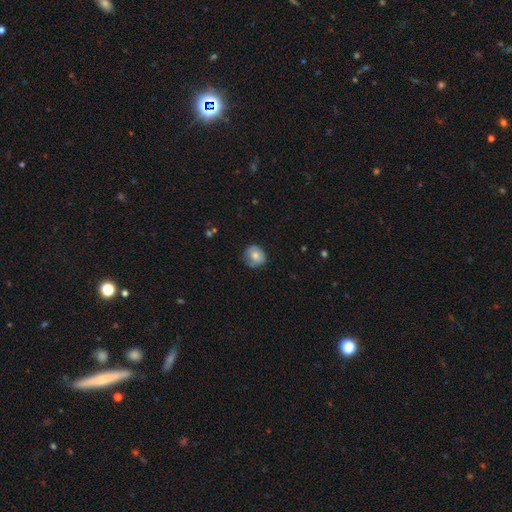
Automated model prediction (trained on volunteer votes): Overall: smooth (70%). How rounded: round (79%). Merging: none (70%).